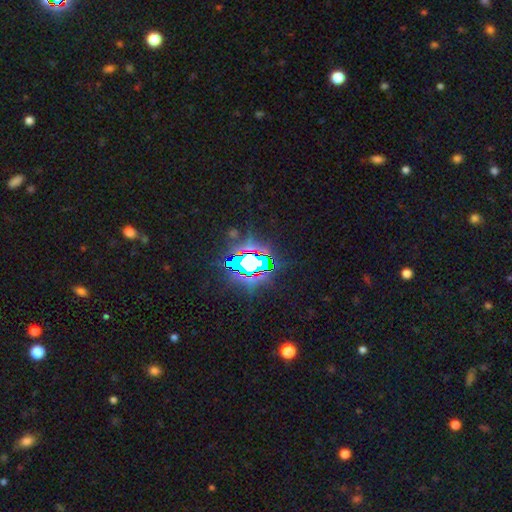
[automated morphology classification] smooth_or_featured: star or artifact (p=0.82) [alt: smooth p=0.10]